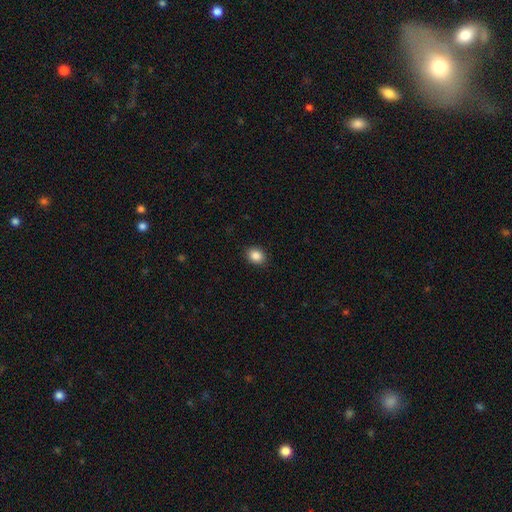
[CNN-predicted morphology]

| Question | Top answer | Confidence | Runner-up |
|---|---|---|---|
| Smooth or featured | smooth | 87% | star or artifact (9%) |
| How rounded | round | 52% | in between (47%) |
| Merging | none | 89% | minor disturbance (8%) |